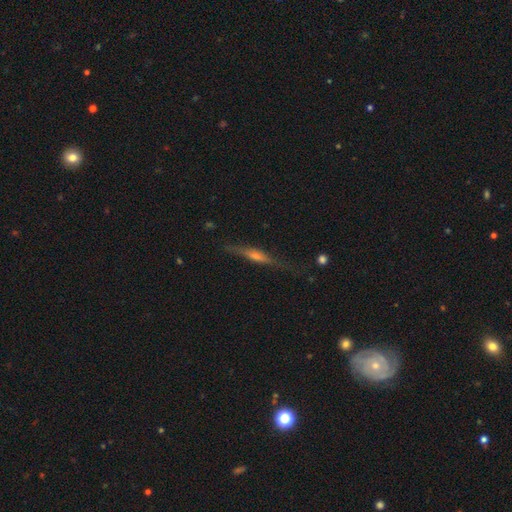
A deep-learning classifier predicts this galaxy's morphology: smooth-or-featured: featured or disk: 66% | smooth: 25% | star or artifact: 9%
  disk-edge-on: yes: 94% | no: 6%
    edge-on-bulge: rounded: 69% | none: 16% | boxy: 15%
  merging: none: 75% | minor disturbance: 17% | major disturbance: 6% | merger: 2%